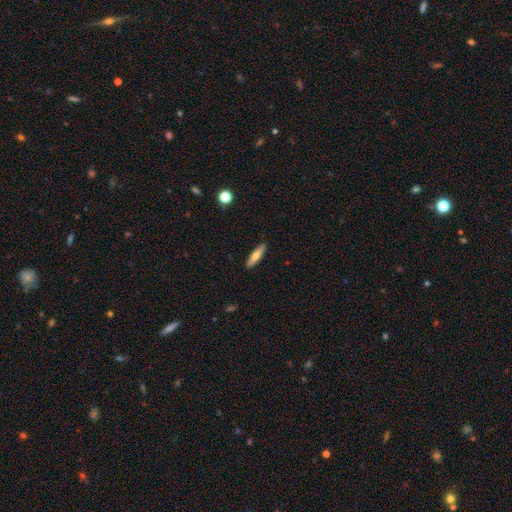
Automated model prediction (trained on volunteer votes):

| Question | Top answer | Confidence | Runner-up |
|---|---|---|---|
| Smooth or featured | smooth | 63% | featured or disk (30%) |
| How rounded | cigar-shaped | 74% | in between (24%) |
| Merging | none | 90% | minor disturbance (8%) |